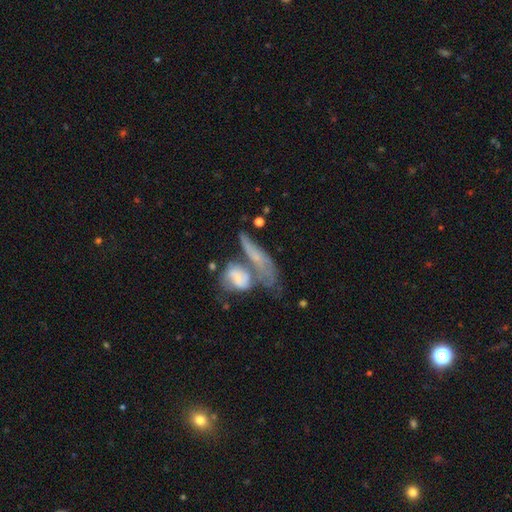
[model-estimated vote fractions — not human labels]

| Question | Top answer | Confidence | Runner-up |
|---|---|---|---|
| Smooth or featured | featured or disk | 49% | smooth (40%) |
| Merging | merger | 54% | none (23%) |